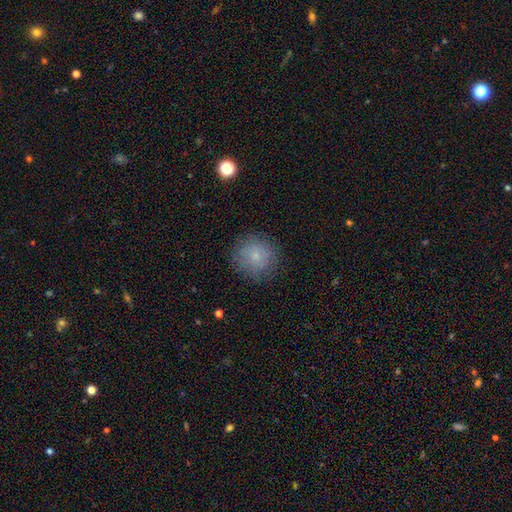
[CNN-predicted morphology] The model was most divided on "smooth or featured": smooth: 77%, featured or disk: 13%, star or artifact: 10%. More confident: how rounded — round (92%); merging — none (82%).